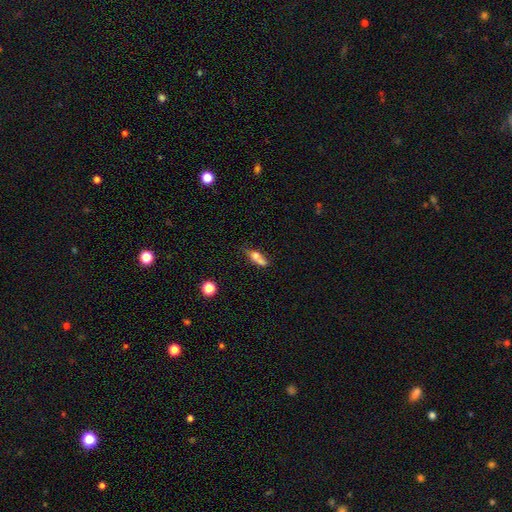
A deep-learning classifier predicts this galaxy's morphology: A smooth galaxy with no disk features (60%) that is in between round and cigar-shaped (59%).

Vote fractions:
- Smooth or featured? smooth: 60% / featured or disk: 29% / star or artifact: 11%
- How rounded? in between: 59% / cigar-shaped: 28% / round: 14%
- Merging? merger: 37% / none: 34% / minor disturbance: 18% / major disturbance: 11%